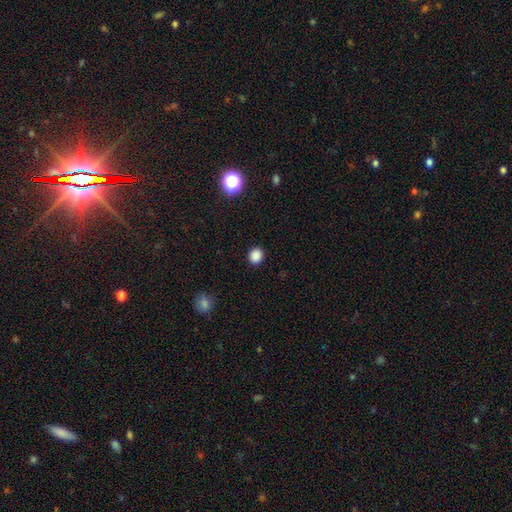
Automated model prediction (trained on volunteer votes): A smooth galaxy with no disk features (86%) that is round (82%).

Vote fractions:
- Smooth or featured? smooth: 86% / star or artifact: 11% / featured or disk: 2%
- How rounded? round: 82% / in between: 17% / cigar-shaped: 1%
- Merging? none: 91% / minor disturbance: 6% / major disturbance: 2% / merger: 1%